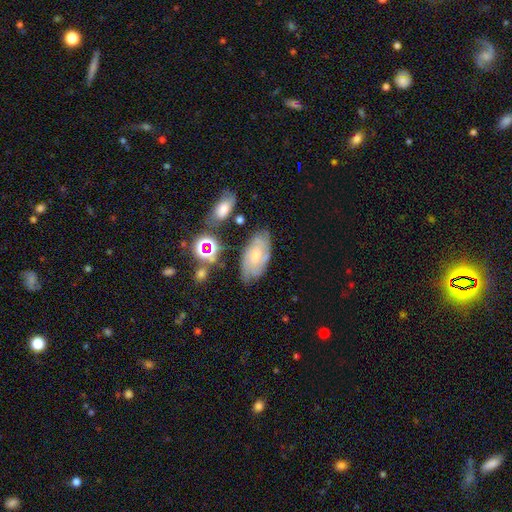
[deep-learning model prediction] The model was most divided on "smooth or featured": featured or disk: 52%, smooth: 37%, star or artifact: 11%. More confident: edge-on disk — no (93%); merging — none (66%).